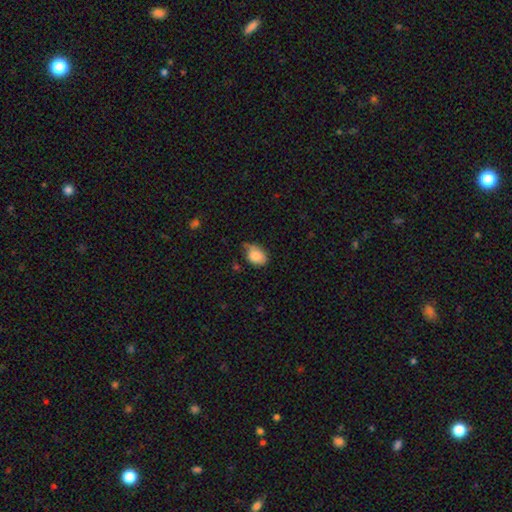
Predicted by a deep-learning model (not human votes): Smooth or featured? smooth (83%)
How rounded? in between (79%)
Merging? none (47%)